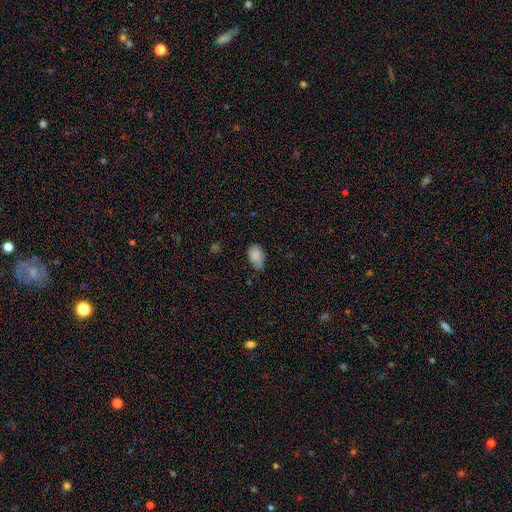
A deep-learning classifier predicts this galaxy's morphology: type=smooth (84%); roundness=in between (83%); merging=none (47%).